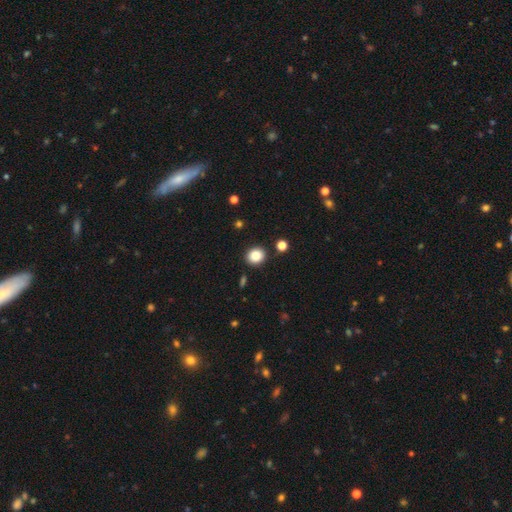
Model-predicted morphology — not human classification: Smooth or featured: smooth — 84% (star or artifact — 10%)
How rounded: round — 79% (in between — 20%)
Merging: none — 89% (minor disturbance — 6%)